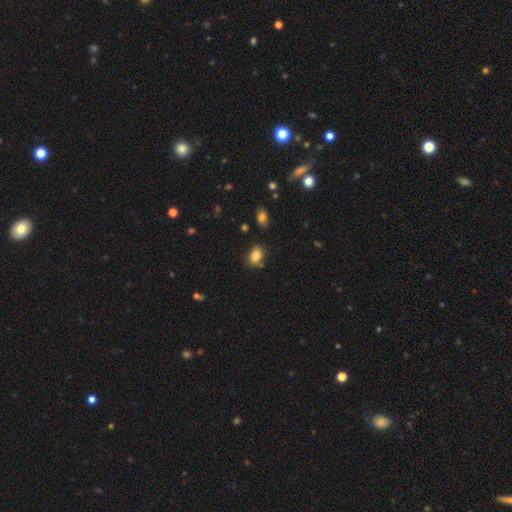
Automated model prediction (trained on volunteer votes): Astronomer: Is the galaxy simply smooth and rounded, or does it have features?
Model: smooth — 84%.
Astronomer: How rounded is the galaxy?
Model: in between — 81%.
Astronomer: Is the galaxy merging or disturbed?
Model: none — 74%.